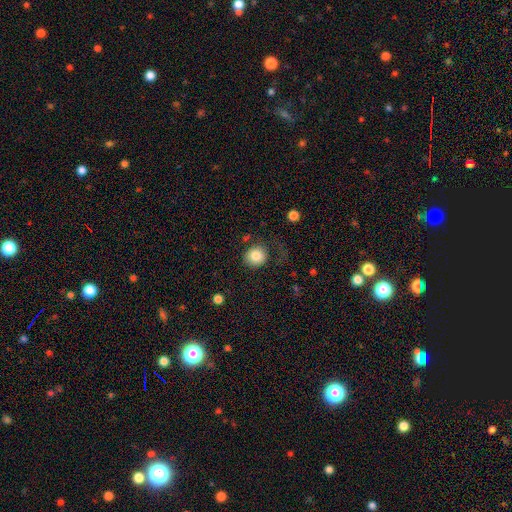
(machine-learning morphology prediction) Smooth or featured? smooth (83%)
How rounded? round (86%)
Merging? none (65%)